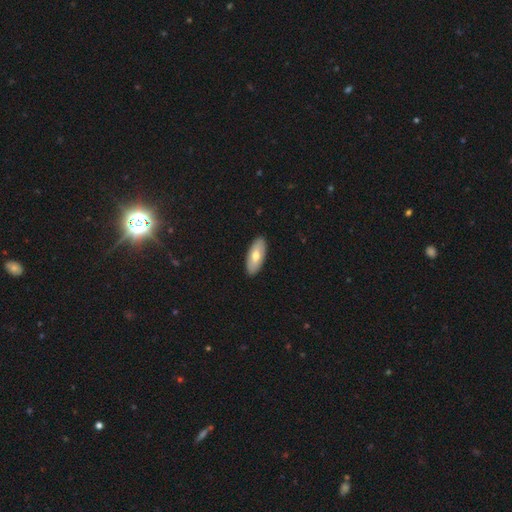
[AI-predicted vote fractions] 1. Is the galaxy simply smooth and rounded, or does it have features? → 67% smooth, 28% featured or disk, 5% star or artifact.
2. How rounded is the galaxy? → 86% in between, 12% cigar-shaped, 2% round.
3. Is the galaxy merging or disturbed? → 90% none, 7% minor disturbance, 2% major disturbance, 1% merger.